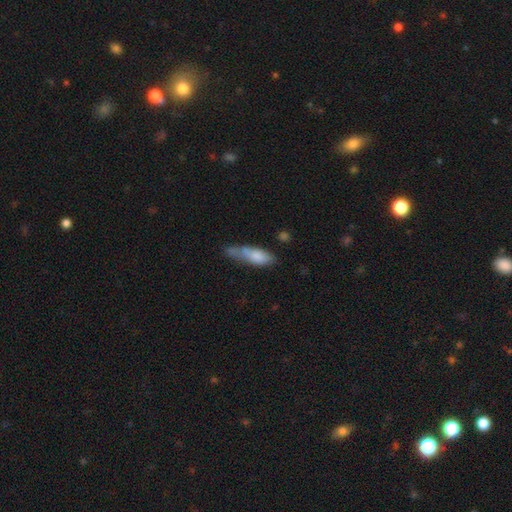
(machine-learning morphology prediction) Smooth or featured?
  - smooth: 75% *
  - featured or disk: 18%
  - star or artifact: 7%
How rounded?
  - in between: 53% *
  - cigar-shaped: 45%
  - round: 2%
Merging?
  - none: 36% *
  - minor disturbance: 34%
  - major disturbance: 17%
  - merger: 13%